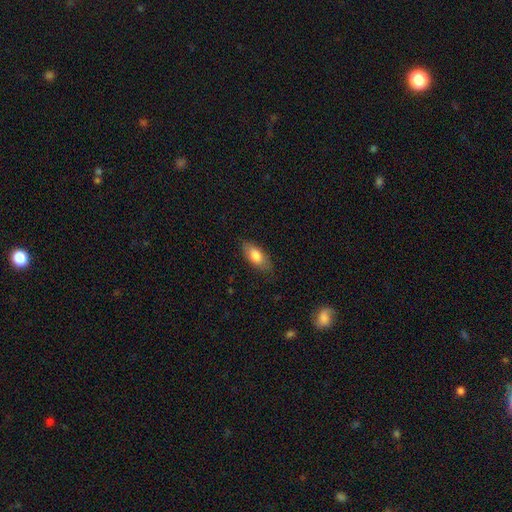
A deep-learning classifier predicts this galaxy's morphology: This is likely a smooth galaxy (78%). How rounded: clearly in between (87%). Merging: likely none (80%).